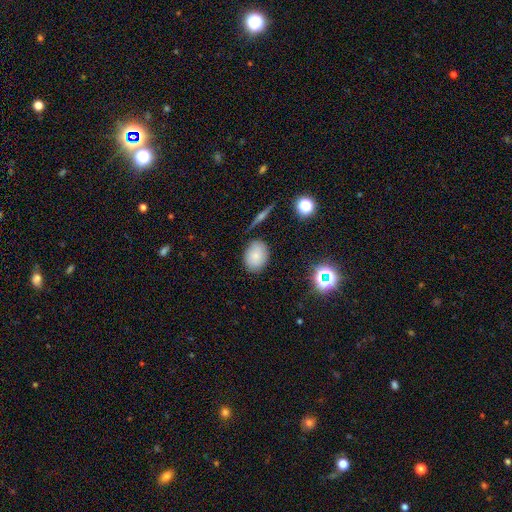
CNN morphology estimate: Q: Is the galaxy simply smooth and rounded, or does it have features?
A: smooth — 78%.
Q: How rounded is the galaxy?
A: in between — 73%.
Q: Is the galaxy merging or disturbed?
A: none — 80%.